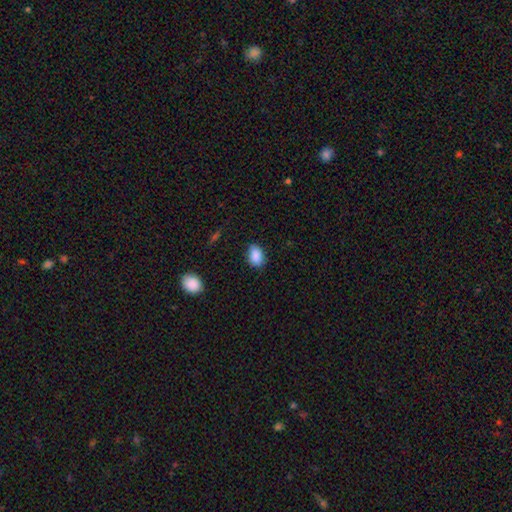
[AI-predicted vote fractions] Smooth or featured? Predicted: smooth (p=0.88). How rounded? Predicted: in between (p=0.81). Merging? Predicted: none (p=0.78).